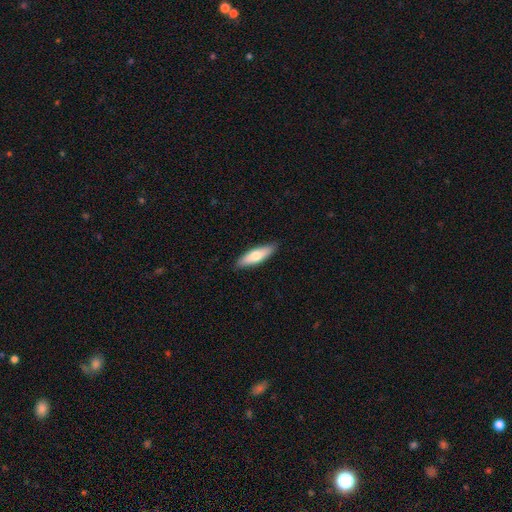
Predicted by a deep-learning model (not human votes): Morphology: type=smooth (69%); roundness=cigar-shaped (54%); merging=none (89%).